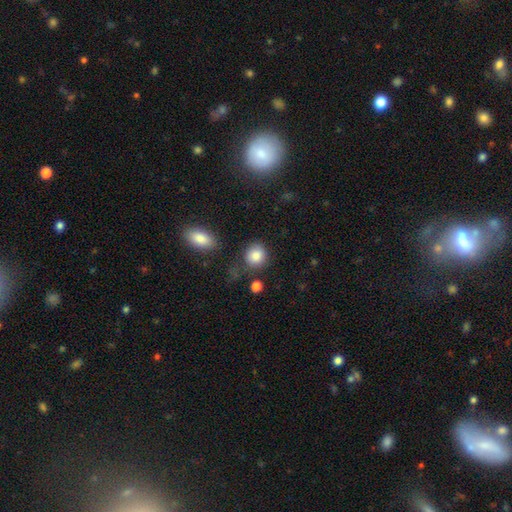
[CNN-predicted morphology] smooth-or-featured: smooth: 86% | star or artifact: 8% | featured or disk: 6%
  how-rounded: round: 77% | in between: 22% | cigar-shaped: 1%
  merging: none: 73% | minor disturbance: 16% | merger: 6% | major disturbance: 6%